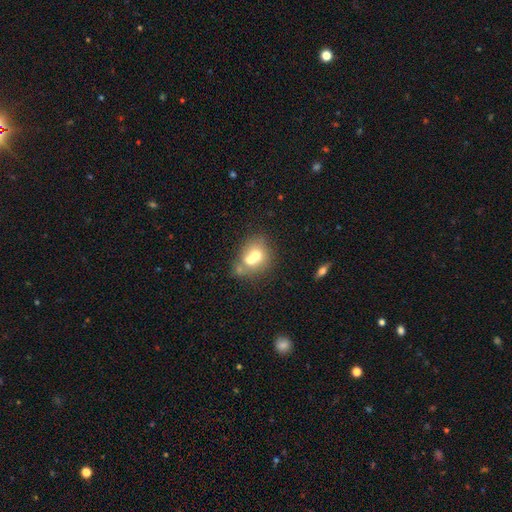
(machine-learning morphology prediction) smooth_or_featured: smooth (p=0.61) [alt: featured or disk p=0.28]
how_rounded: round (p=0.66) [alt: in between p=0.33]
merging: merger (p=0.61) [alt: none p=0.28]